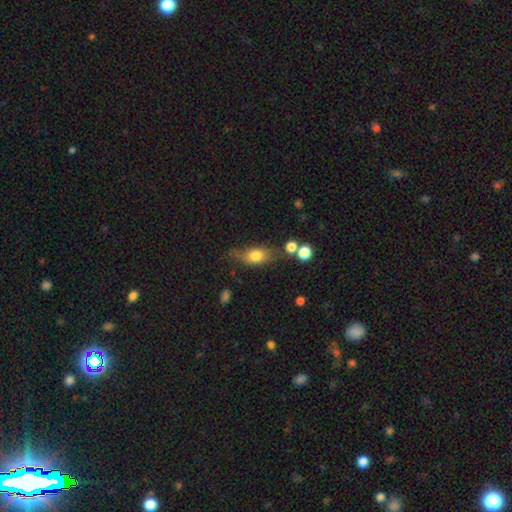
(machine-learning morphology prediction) A smooth galaxy with no disk features (70%) that is in between round and cigar-shaped (72%). Merging: none (60%).